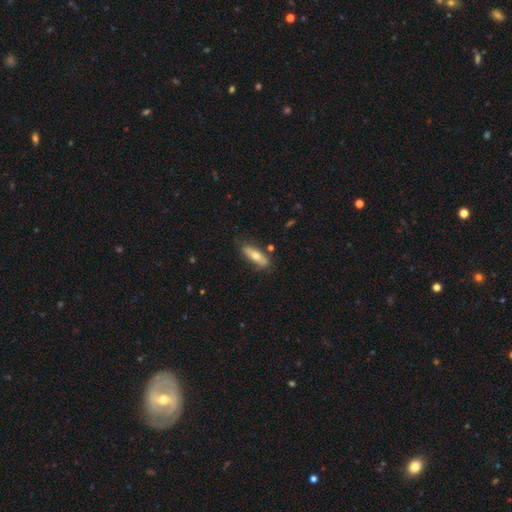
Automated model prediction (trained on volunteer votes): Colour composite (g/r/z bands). It shows a smooth galaxy with no disk features (60%) that is in between round and cigar-shaped (52%). Merging: none (78%).